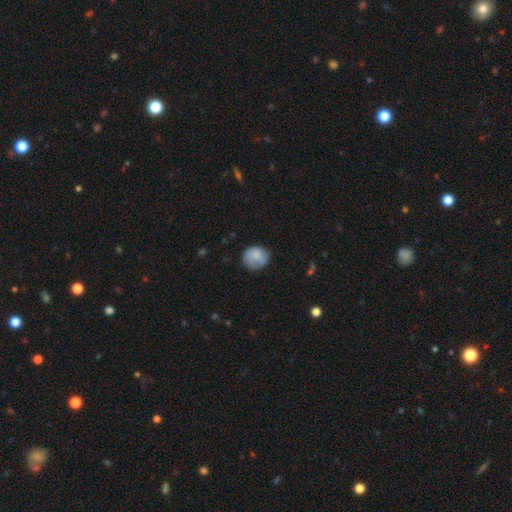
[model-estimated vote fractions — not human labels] Smooth or featured?
  - smooth: 77% *
  - featured or disk: 15%
  - star or artifact: 7%
How rounded?
  - round: 81% *
  - in between: 18%
  - cigar-shaped: 1%
Merging?
  - none: 66% *
  - minor disturbance: 25%
  - major disturbance: 7%
  - merger: 2%